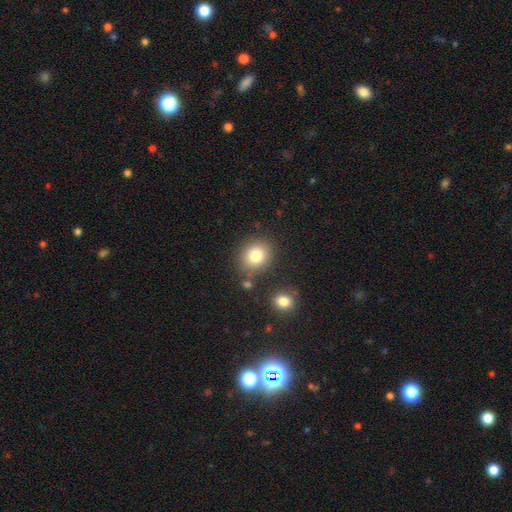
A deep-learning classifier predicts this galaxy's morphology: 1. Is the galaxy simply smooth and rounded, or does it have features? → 80% smooth, 11% star or artifact, 9% featured or disk.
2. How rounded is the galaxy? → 73% round, 26% in between, 1% cigar-shaped.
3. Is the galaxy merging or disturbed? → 78% none, 11% minor disturbance, 8% merger, 4% major disturbance.